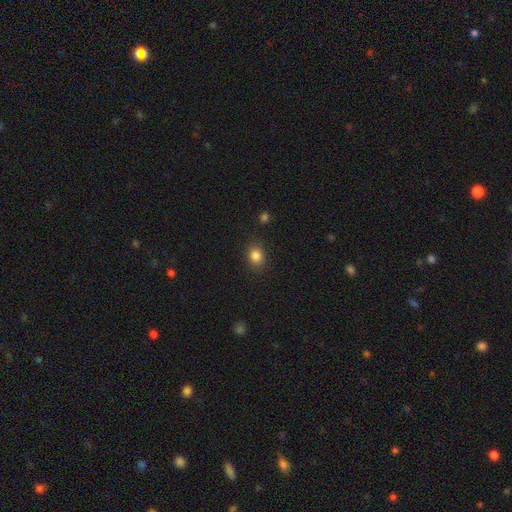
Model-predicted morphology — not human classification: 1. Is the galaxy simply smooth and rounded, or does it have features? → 84% smooth, 11% star or artifact, 5% featured or disk.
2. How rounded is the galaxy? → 60% round, 39% in between, 1% cigar-shaped.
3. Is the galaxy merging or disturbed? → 86% none, 10% minor disturbance, 3% major disturbance, 2% merger.